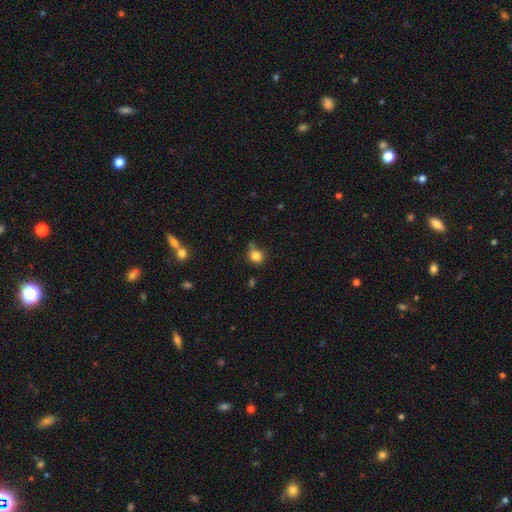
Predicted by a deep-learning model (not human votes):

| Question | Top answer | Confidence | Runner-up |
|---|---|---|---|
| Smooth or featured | smooth | 83% | star or artifact (12%) |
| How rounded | round | 83% | in between (16%) |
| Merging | none | 66% | minor disturbance (19%) |